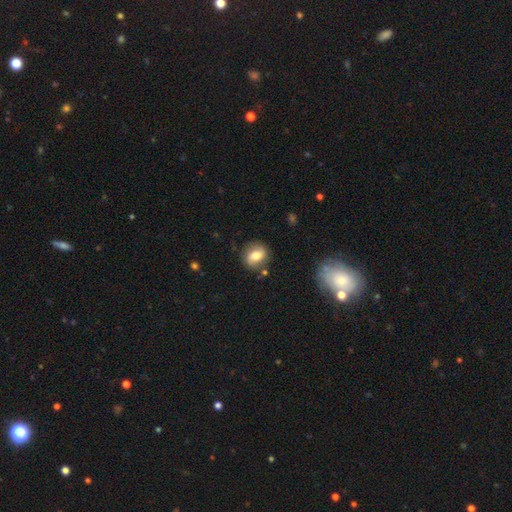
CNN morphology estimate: Overall: smooth (59%; featured or disk 32%). How rounded: round (63%; in between 36%). Merging: none (79%).